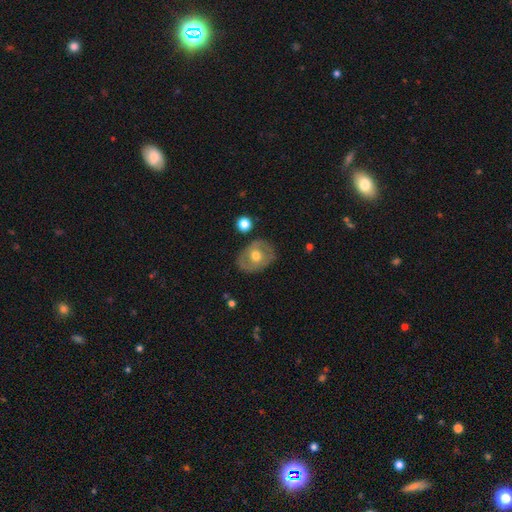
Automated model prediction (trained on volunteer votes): Smooth or featured?
  - featured or disk: 53% *
  - smooth: 40%
  - star or artifact: 7%
Edge-on disk?
  - no: 93% *
  - yes: 7%
Merging?
  - none: 79% *
  - minor disturbance: 15%
  - major disturbance: 4%
  - merger: 2%